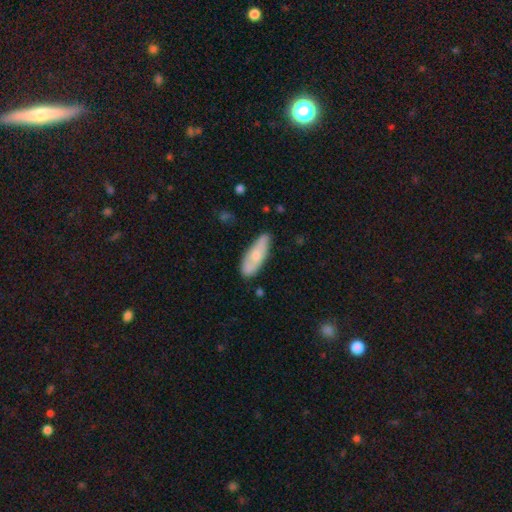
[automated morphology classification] The model was most divided on "how rounded": in between: 61%, cigar-shaped: 36%, round: 2%. More confident: merging — none (73%); smooth or featured — smooth (63%).